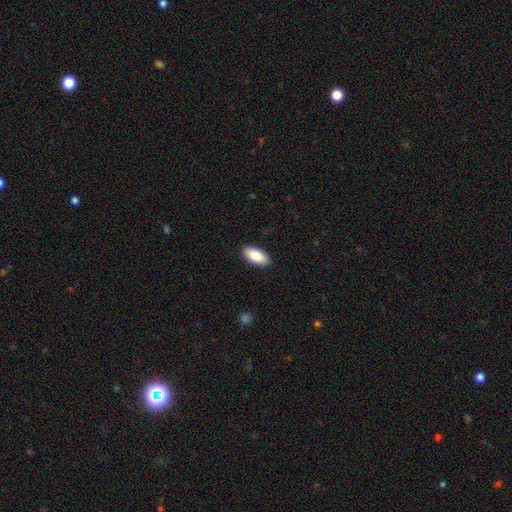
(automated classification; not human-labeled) Overall: smooth (86%). How rounded: in between (90%). Merging: none (89%).